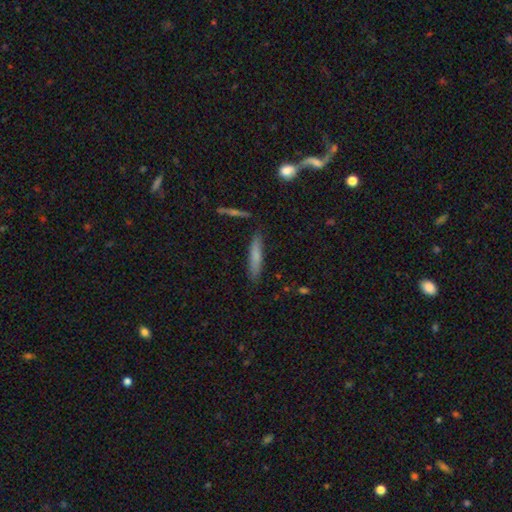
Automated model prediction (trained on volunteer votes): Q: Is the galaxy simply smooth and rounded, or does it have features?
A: smooth — 71%.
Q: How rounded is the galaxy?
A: cigar-shaped — 89%.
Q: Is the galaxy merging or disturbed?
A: none — 84%.